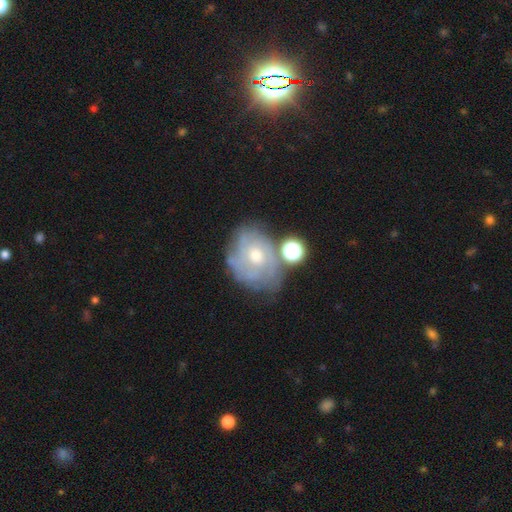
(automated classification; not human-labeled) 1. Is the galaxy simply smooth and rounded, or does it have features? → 71% featured or disk, 19% smooth, 11% star or artifact.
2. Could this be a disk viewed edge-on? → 97% no, 3% yes.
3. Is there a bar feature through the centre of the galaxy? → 79% no, 18% weak, 3% strong.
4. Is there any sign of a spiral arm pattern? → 79% yes, 21% no.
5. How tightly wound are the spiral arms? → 64% tight, 27% medium, 10% loose.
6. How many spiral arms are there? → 55% can't tell, 14% 3, 13% 2, 8% 4, 5% more than 4, 5% 1.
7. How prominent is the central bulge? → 48% moderate (tied), 48% small (tied), 2% large, 2% none, 1% dominant.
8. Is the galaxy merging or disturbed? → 54% none, 22% minor disturbance, 12% merger, 11% major disturbance.